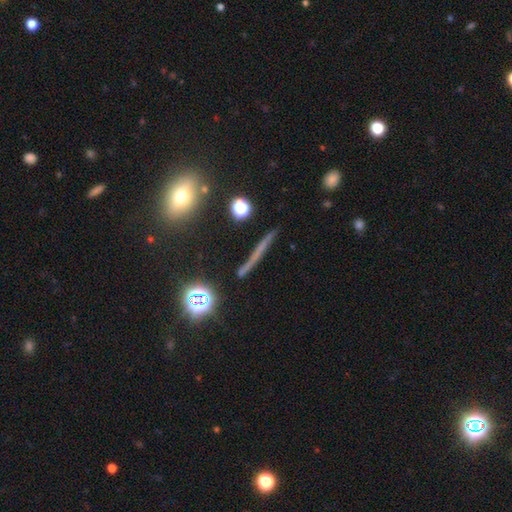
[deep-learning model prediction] featured or disk 45%, smooth 35%, star or artifact 20%. Down the decision tree: merging — none (85%).